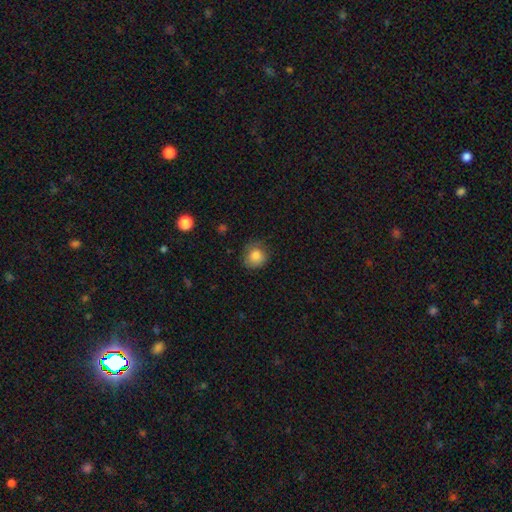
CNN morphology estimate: Smooth or featured? smooth (82%)
How rounded? round (83%)
Merging? none (71%)